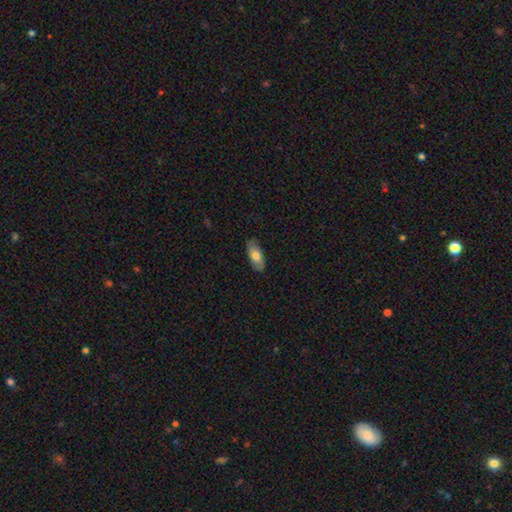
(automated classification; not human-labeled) Morphology: type=smooth (72%); roundness=in between (84%); merging=none (87%).